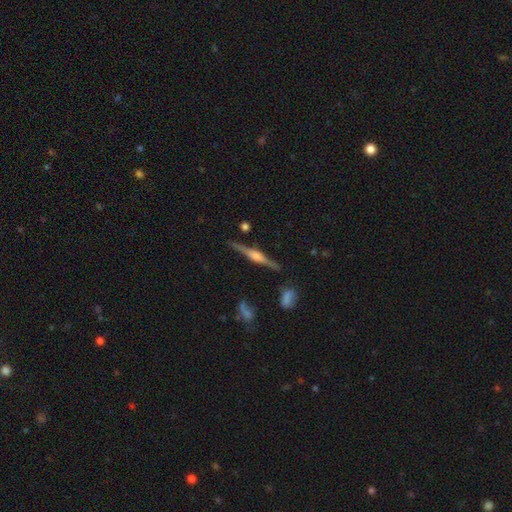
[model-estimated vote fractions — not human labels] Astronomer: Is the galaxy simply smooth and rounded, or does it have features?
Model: featured or disk — 83%.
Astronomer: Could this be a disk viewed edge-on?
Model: yes — 98%.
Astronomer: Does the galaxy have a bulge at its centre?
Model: rounded — 79%.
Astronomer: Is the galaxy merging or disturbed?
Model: none — 89%.